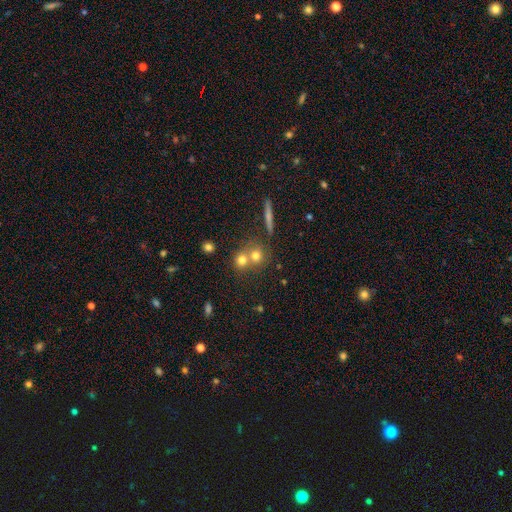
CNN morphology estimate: Overall: smooth (71%). How rounded: round (82%). Merging: merger (48%; none 43%).